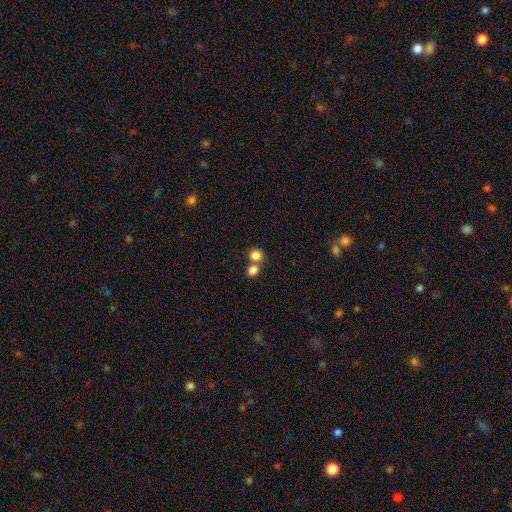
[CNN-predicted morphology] Smooth or featured? Predicted: smooth (p=0.84). How rounded? Predicted: round (p=0.78). Merging? Predicted: none (p=0.45, tied with merger).